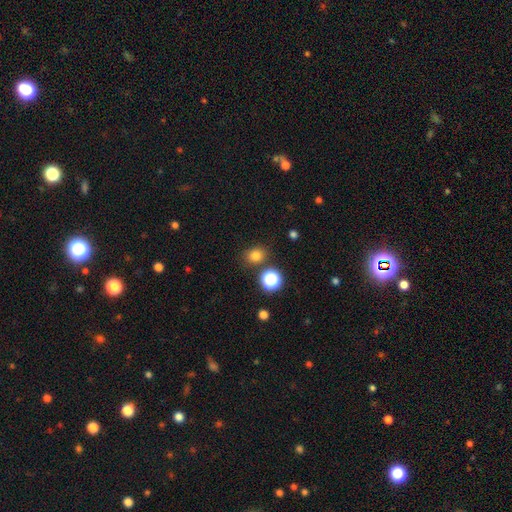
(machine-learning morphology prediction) This appears to be a smooth galaxy with no disk features (77%) that is round (63%). Merging: none (81%).